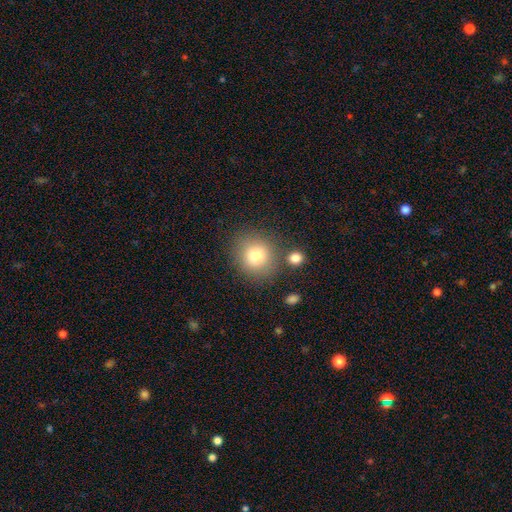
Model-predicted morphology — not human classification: This is clearly a smooth galaxy (80%). How rounded: clearly round (82%). Merging: likely none (79%).